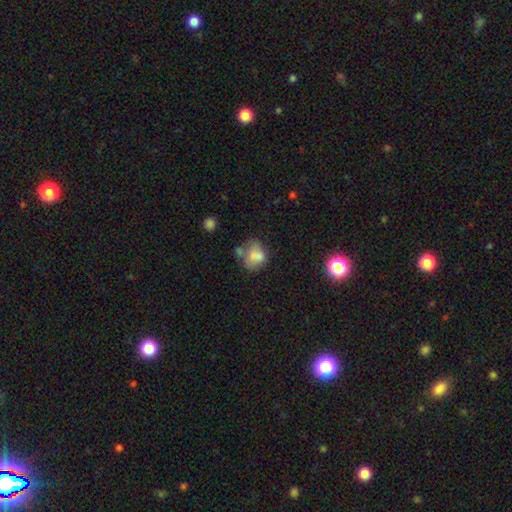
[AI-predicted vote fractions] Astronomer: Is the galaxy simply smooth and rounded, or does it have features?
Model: smooth — 69%.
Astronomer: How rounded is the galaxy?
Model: round — 53% (runner-up: in between, 46%).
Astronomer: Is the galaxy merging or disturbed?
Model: none — 36% (runner-up: minor disturbance, 26%).